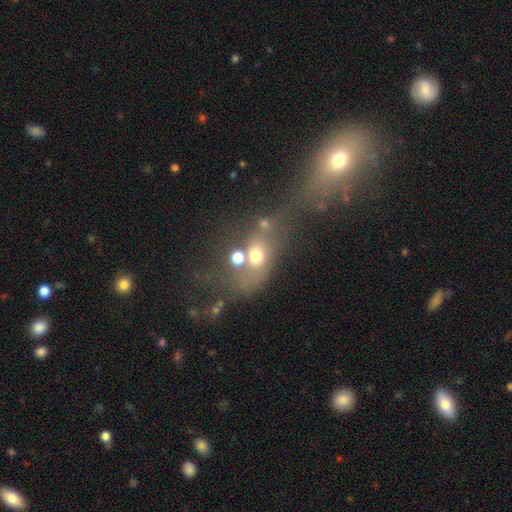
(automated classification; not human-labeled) smooth-or-featured: smooth: 58% | featured or disk: 23% | star or artifact: 19%
  how-rounded: in between: 51% | round: 44% | cigar-shaped: 5%
  merging: merger: 38% | none: 31% | major disturbance: 18% | minor disturbance: 13%